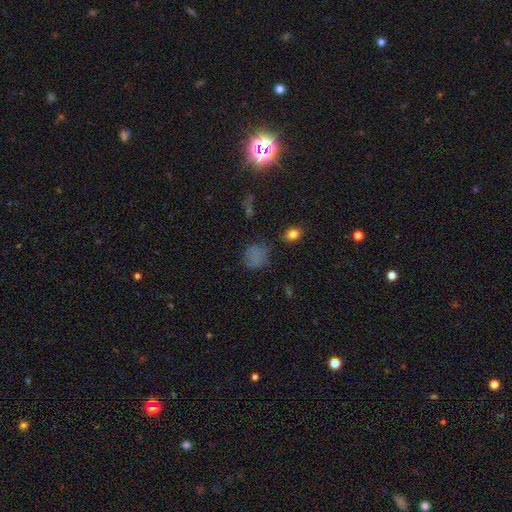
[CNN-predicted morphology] Smooth or featured?
  - smooth: 67% *
  - star or artifact: 23%
  - featured or disk: 11%
How rounded?
  - round: 73% *
  - in between: 26%
  - cigar-shaped: 2%
Merging?
  - none: 62% *
  - minor disturbance: 23%
  - major disturbance: 12%
  - merger: 4%